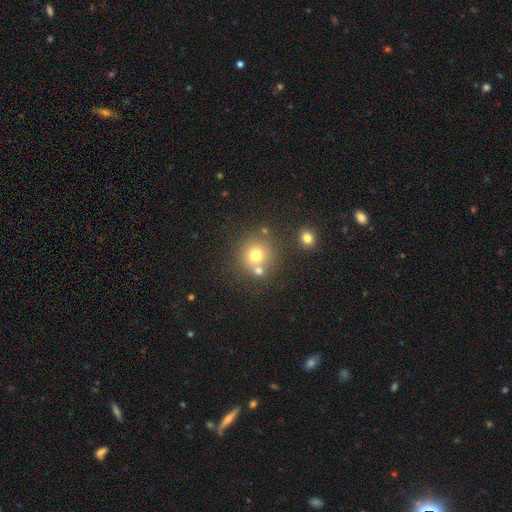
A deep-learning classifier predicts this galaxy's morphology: smooth_or_featured: smooth (p=0.71) [alt: star or artifact p=0.16]
how_rounded: round (p=0.91) [alt: in between p=0.08]
merging: none (p=0.64) [alt: merger p=0.24]